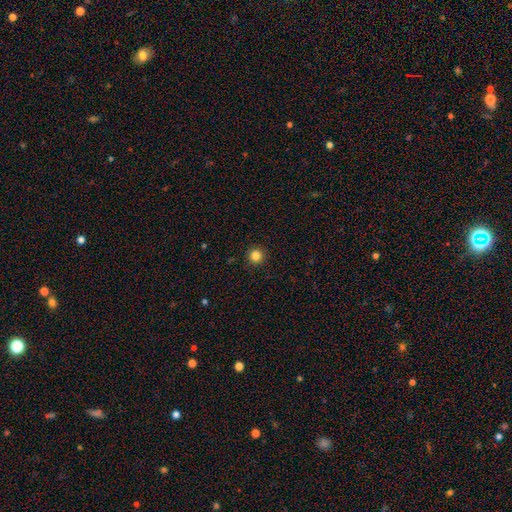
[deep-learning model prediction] Smooth or featured: smooth — 84% (star or artifact — 12%)
How rounded: round — 95% (in between — 4%)
Merging: none — 93% (minor disturbance — 5%)